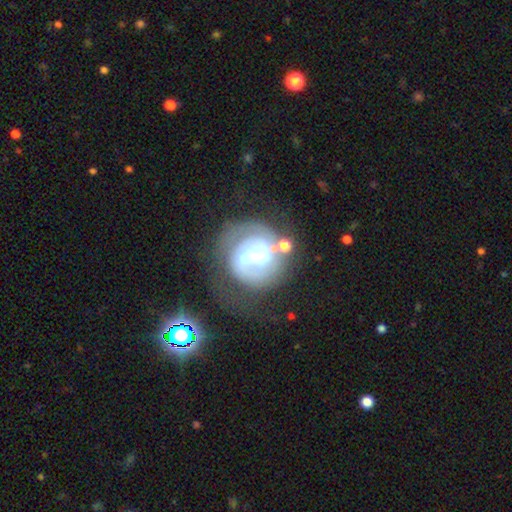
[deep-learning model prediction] Smooth or featured: featured or disk — 75% (smooth — 17%)
Edge-on disk: no — 97% (yes — 3%)
Bar: strong — 44% (weak — 39%)
Spiral arms: yes — 80% (no — 20%)
Spiral winding: tight — 43% (medium — 37%)
Spiral arm count: 2 — 52% (1 — 23%)
Bulge size: moderate — 46% (large — 25%)
Merging: none — 45% (major disturbance — 24%)